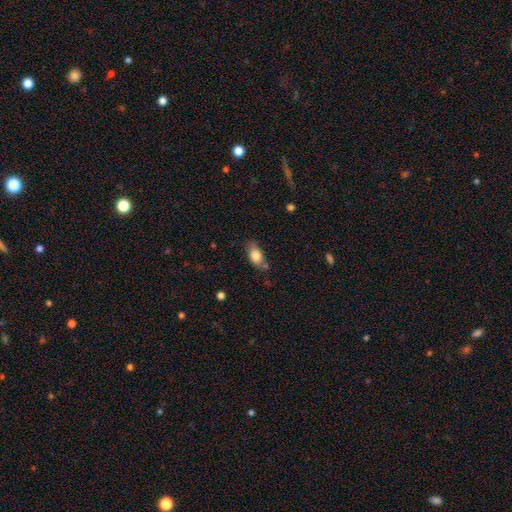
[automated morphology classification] smooth 80%, featured or disk 12%, star or artifact 8%. Down the decision tree: how rounded — in between (87%); merging — none (65%).